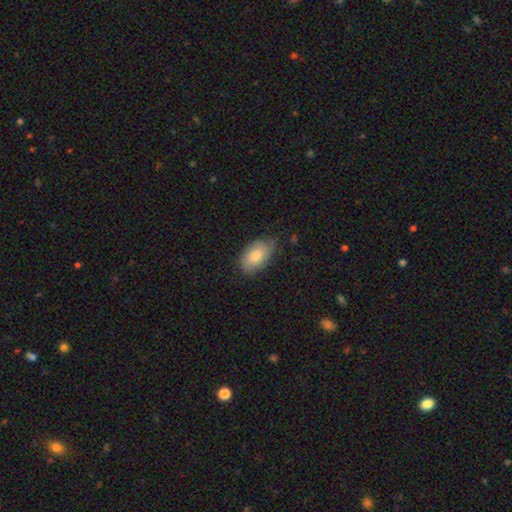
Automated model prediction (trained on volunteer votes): Overall: smooth (79%). How rounded: in between (92%). Merging: none (71%).